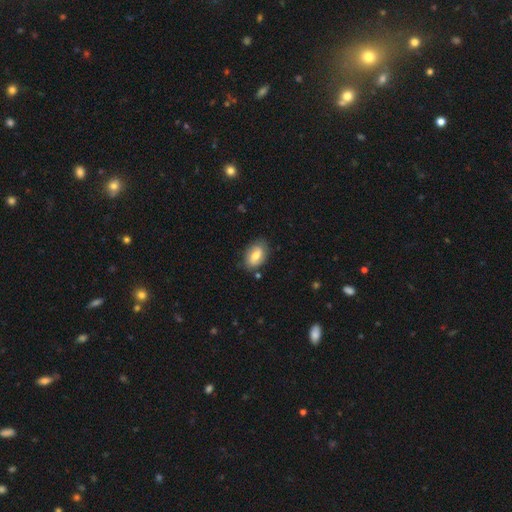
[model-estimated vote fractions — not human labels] Overall: smooth (63%; featured or disk 30%). How rounded: in between (89%). Merging: none (78%).